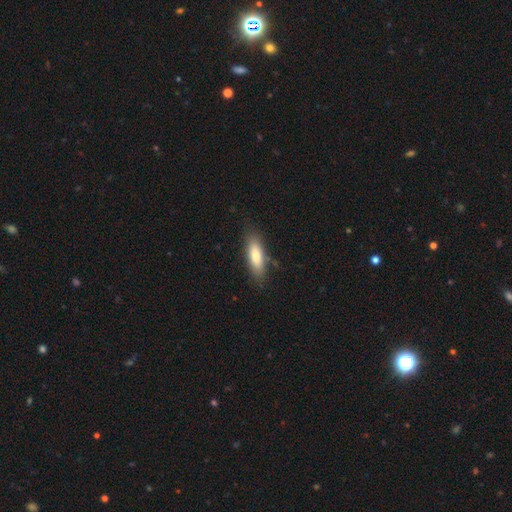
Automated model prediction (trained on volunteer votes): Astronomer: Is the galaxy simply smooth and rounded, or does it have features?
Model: smooth — 78%.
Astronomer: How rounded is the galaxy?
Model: in between — 58% (runner-up: cigar-shaped, 40%).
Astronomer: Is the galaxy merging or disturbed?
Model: none — 80%.